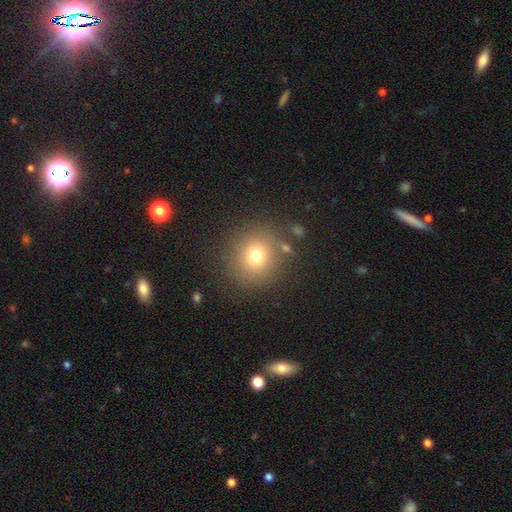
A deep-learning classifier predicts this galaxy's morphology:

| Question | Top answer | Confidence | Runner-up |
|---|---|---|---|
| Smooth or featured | smooth | 73% | star or artifact (16%) |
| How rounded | round | 91% | in between (8%) |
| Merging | none | 83% | minor disturbance (9%) |